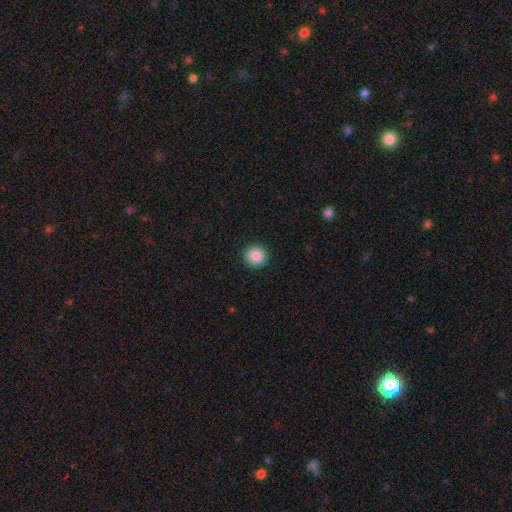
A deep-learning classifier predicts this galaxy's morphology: Smooth or featured? Predicted: smooth (p=0.88). How rounded? Predicted: round (p=0.88). Merging? Predicted: none (p=0.92).